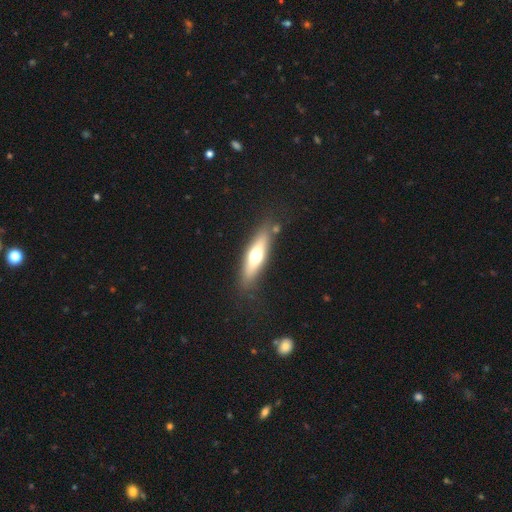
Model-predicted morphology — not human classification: The model was most divided on "smooth or featured": smooth: 52%, featured or disk: 42%, star or artifact: 6%. More confident: merging — none (81%); how rounded — cigar-shaped (63%).